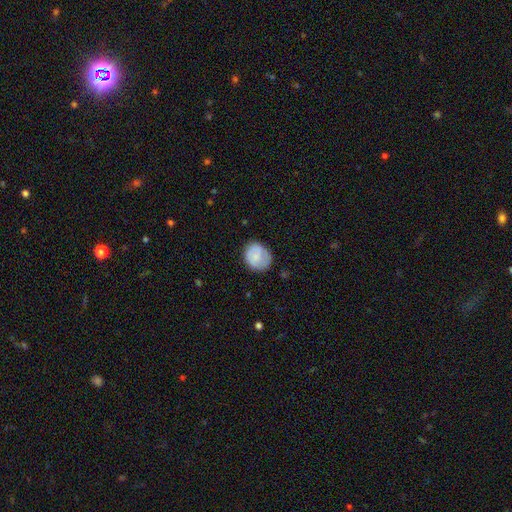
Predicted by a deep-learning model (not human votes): smooth-or-featured: smooth: 73% | featured or disk: 21% | star or artifact: 7%
  how-rounded: round: 68% | in between: 31% | cigar-shaped: 1%
  merging: none: 73% | minor disturbance: 20% | major disturbance: 5% | merger: 1%